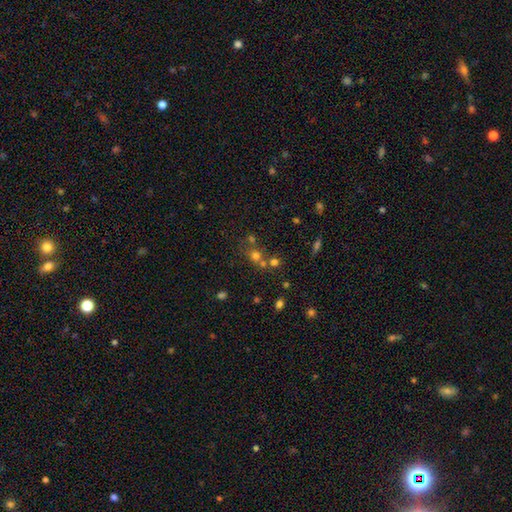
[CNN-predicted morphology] Smooth or featured? smooth (62%)
How rounded? round (83%)
Merging? none (52%)